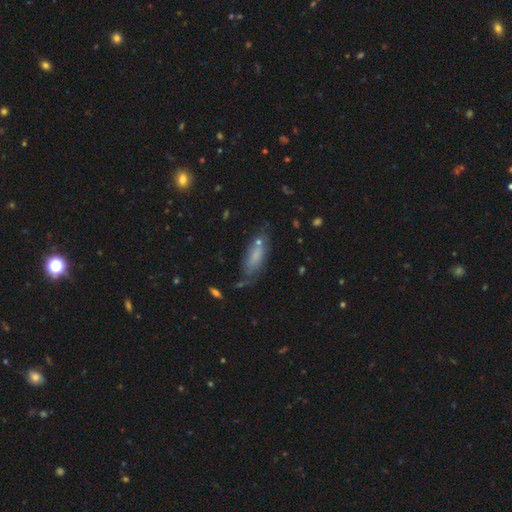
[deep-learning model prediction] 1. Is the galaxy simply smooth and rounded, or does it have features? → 67% smooth, 24% featured or disk, 9% star or artifact.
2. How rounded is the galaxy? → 67% in between, 30% cigar-shaped, 3% round.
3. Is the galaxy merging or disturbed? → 59% none, 25% minor disturbance, 9% major disturbance, 7% merger.